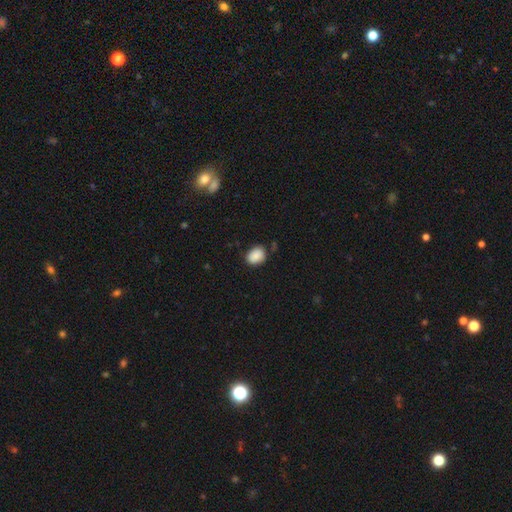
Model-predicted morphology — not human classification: The model was most divided on "how rounded": in between: 64%, round: 35%, cigar-shaped: 1%. More confident: smooth or featured — smooth (88%); merging — none (77%).